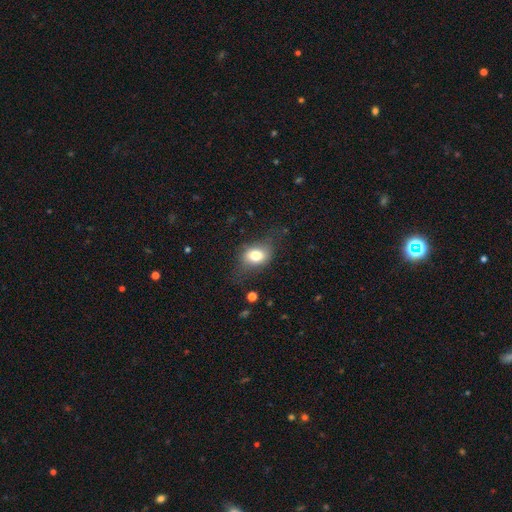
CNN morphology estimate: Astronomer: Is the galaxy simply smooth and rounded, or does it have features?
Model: smooth — 73%.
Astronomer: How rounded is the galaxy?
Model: in between — 64%.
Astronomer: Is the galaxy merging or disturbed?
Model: none — 61%.